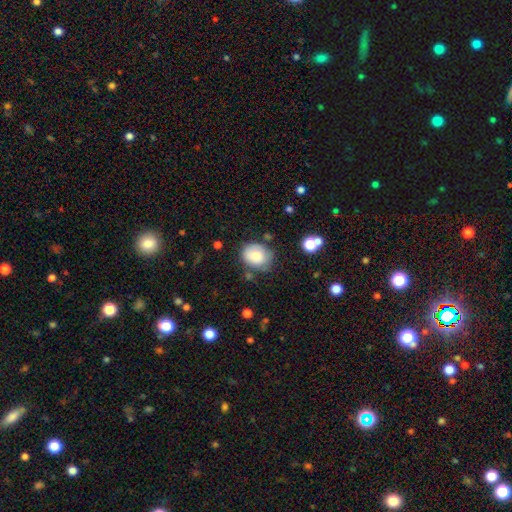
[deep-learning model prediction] A smooth galaxy with no disk features (77%) that is round (53%). Merging: none (65%).